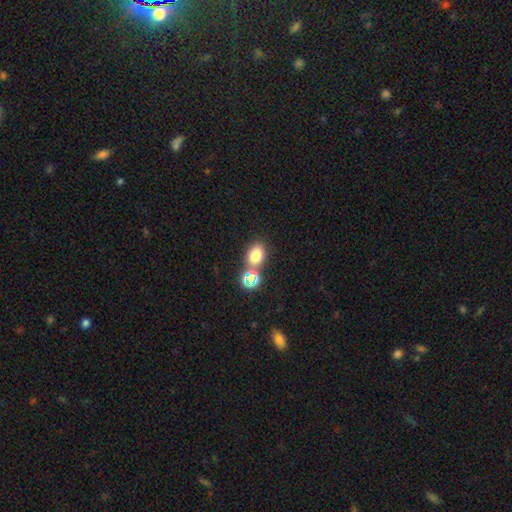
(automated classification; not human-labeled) smooth 73%, star or artifact 19%, featured or disk 8%. Down the decision tree: how rounded — in between (58%); merging — none (64%).